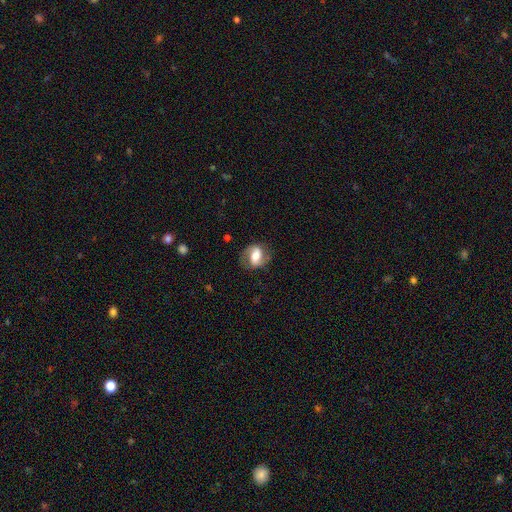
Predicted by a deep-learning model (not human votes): Smooth or featured: featured or disk — 56% (smooth — 37%)
Edge-on disk: no — 95% (yes — 5%)
Bar: strong — 37% (weak — 36%)
Spiral arms: yes — 81% (no — 19%)
Bulge size: moderate — 48% (large — 31%)
Merging: none — 71% (minor disturbance — 18%)